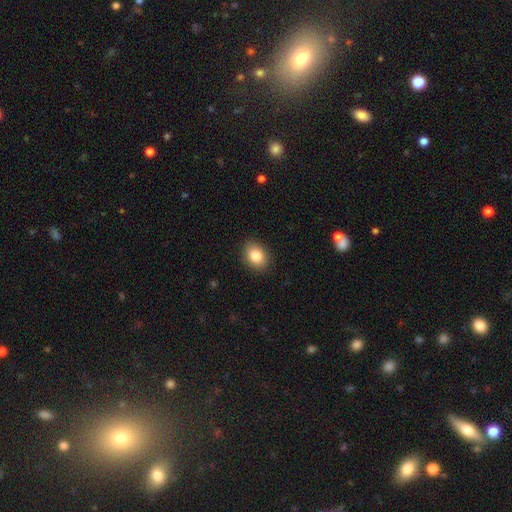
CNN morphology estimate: A smooth galaxy with no disk features (85%) that is in between round and cigar-shaped (73%).

Vote fractions:
- Smooth or featured? smooth: 85% / star or artifact: 8% / featured or disk: 6%
- How rounded? in between: 73% / round: 26% / cigar-shaped: 1%
- Merging? none: 89% / minor disturbance: 8% / major disturbance: 2% / merger: 1%